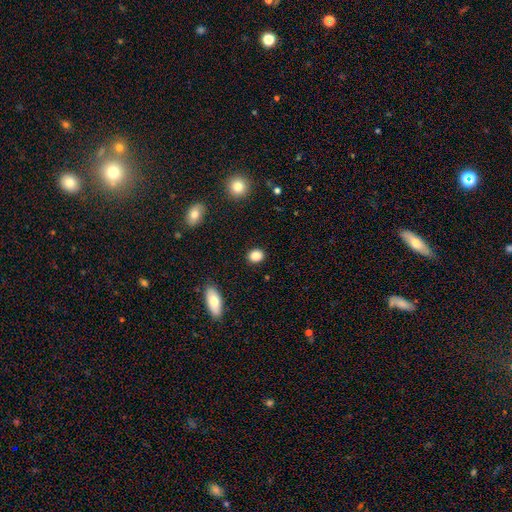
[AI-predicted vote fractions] Smooth or featured? Predicted: smooth (p=0.86). How rounded? Predicted: round (p=0.61). Merging? Predicted: none (p=0.90).